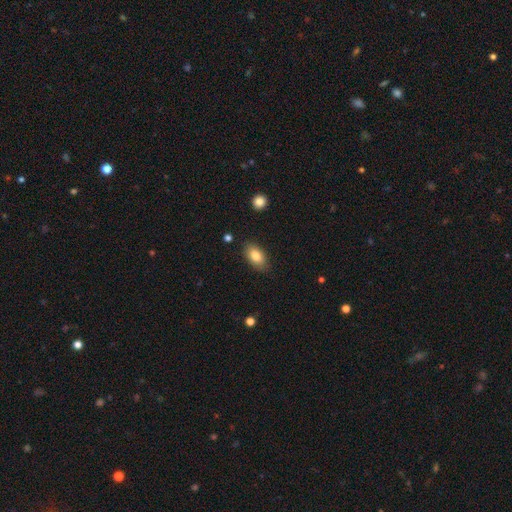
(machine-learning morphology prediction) A smooth galaxy with no disk features (83%) that is in between round and cigar-shaped (91%).

Vote fractions:
- Smooth or featured? smooth: 83% / featured or disk: 9% / star or artifact: 8%
- How rounded? in between: 91% / round: 6% / cigar-shaped: 3%
- Merging? none: 84% / minor disturbance: 12% / major disturbance: 3% / merger: 1%